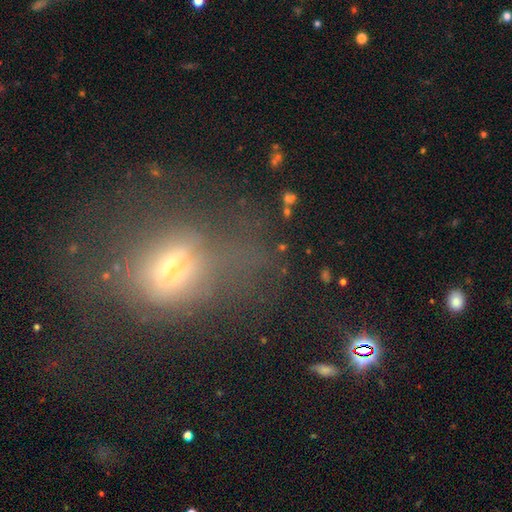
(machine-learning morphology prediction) Q: Smooth or featured?
A: smooth (44%); runner-up: star or artifact (29%)
Q: Merging?
A: none (40%); runner-up: major disturbance (34%)